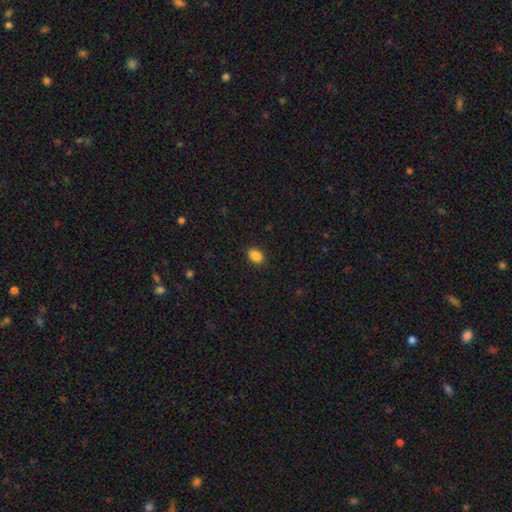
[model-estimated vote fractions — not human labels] A smooth galaxy with no disk features (88%) that is in between round and cigar-shaped (67%).

Vote fractions:
- Smooth or featured? smooth: 88% / star or artifact: 9% / featured or disk: 3%
- How rounded? in between: 67% / round: 31% / cigar-shaped: 1%
- Merging? none: 87% / minor disturbance: 9% / major disturbance: 2% / merger: 1%